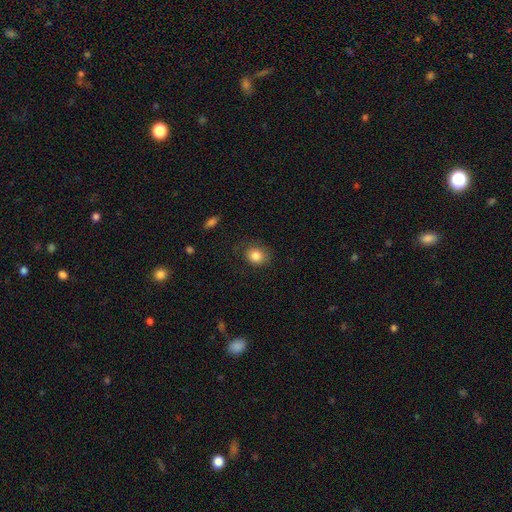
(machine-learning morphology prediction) A smooth galaxy with no disk features (84%) that is round (66%). Merging: none (76%).